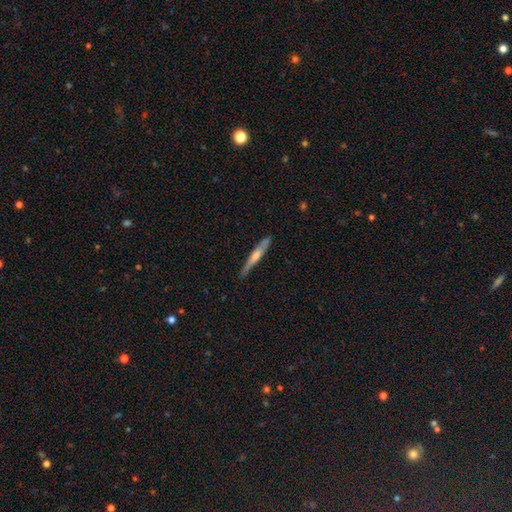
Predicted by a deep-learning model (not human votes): Q: Smooth or featured?
A: featured or disk (60%); runner-up: smooth (34%)
Q: Edge-on disk?
A: yes (95%); runner-up: no (5%)
Q: Edge-on bulge?
A: rounded (64%); runner-up: none (25%)
Q: Merging?
A: none (83%); runner-up: minor disturbance (13%)